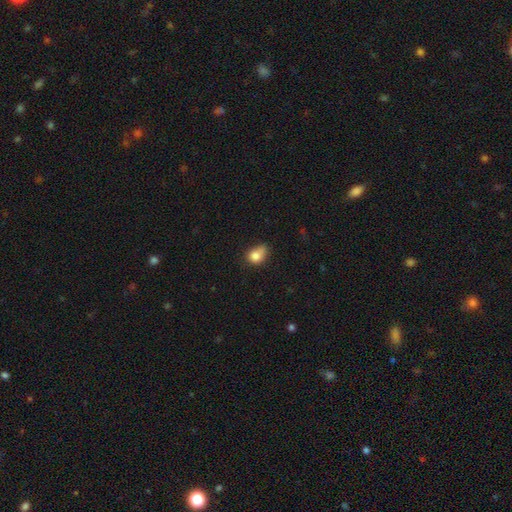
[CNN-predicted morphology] A smooth galaxy with no disk features (81%) that is in between round and cigar-shaped (55%). Merging: minor disturbance (39%).